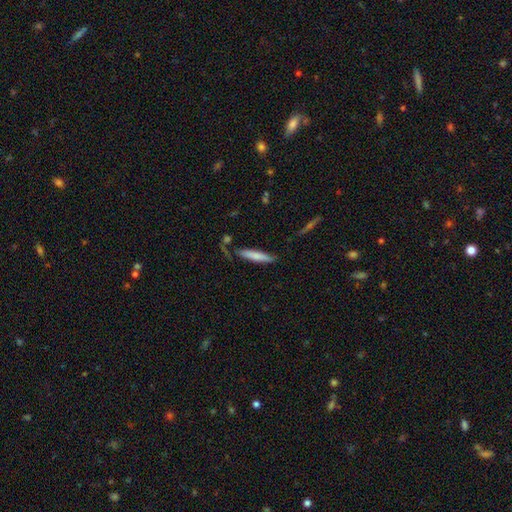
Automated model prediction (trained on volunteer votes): This appears to be a smooth galaxy with no disk features (72%) that is cigar-shaped (89%). Merging: none (68%).